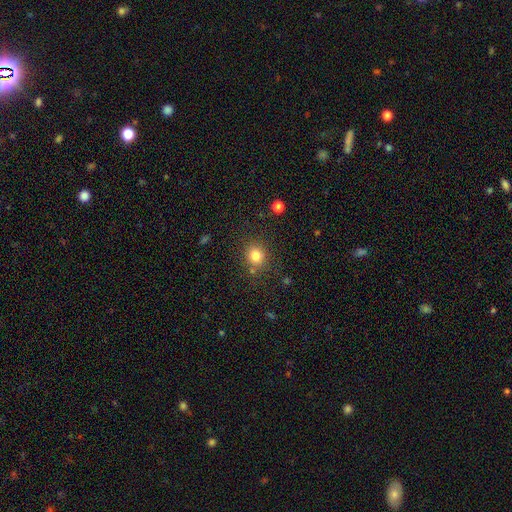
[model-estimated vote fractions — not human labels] Smooth or featured: smooth — 80% (star or artifact — 13%)
How rounded: round — 80% (in between — 20%)
Merging: none — 82% (minor disturbance — 10%)